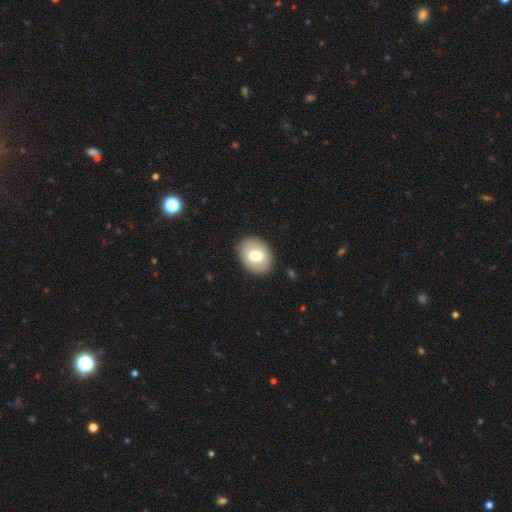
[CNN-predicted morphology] This is likely a smooth galaxy (69%). How rounded: likely in between (67%). Merging: clearly none (87%).